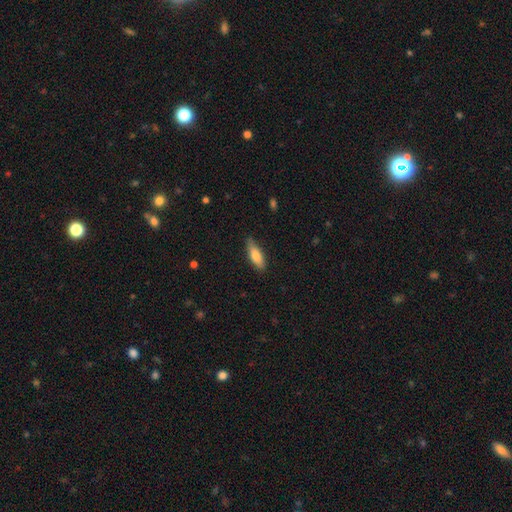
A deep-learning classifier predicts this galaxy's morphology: A smooth galaxy with no disk features (77%) that is in between round and cigar-shaped (55%). Merging: none (79%).